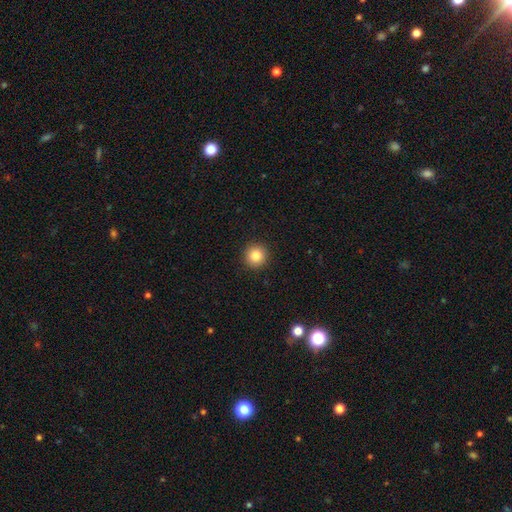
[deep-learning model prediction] The model was most divided on "smooth or featured": smooth: 85%, star or artifact: 10%, featured or disk: 5%. More confident: how rounded — round (94%); merging — none (93%).